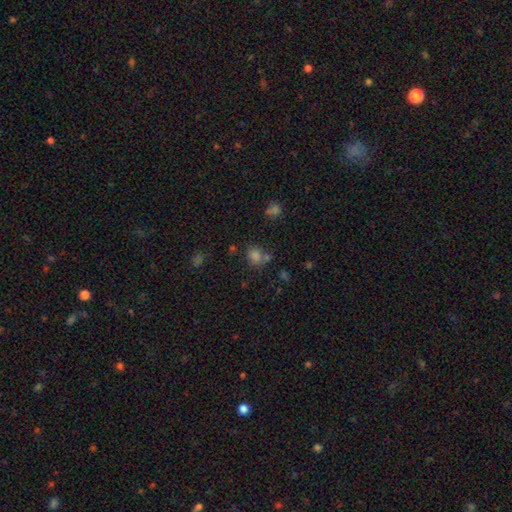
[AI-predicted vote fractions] This appears to be a smooth galaxy with no disk features (70%) that is round (74%). Merging: none (62%).